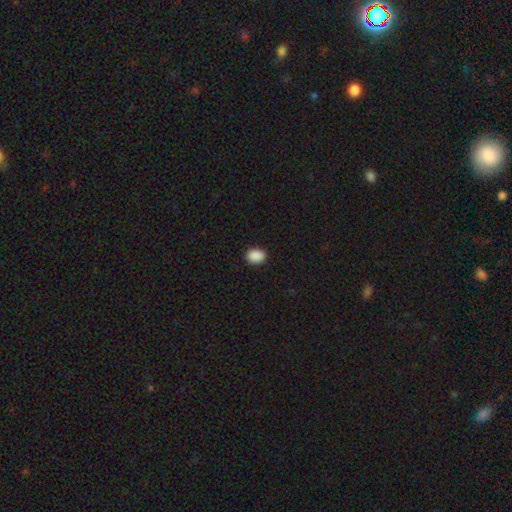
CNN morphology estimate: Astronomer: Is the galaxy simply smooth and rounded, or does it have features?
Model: smooth — 90%.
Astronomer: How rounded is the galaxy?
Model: in between — 66%.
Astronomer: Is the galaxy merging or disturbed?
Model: none — 90%.